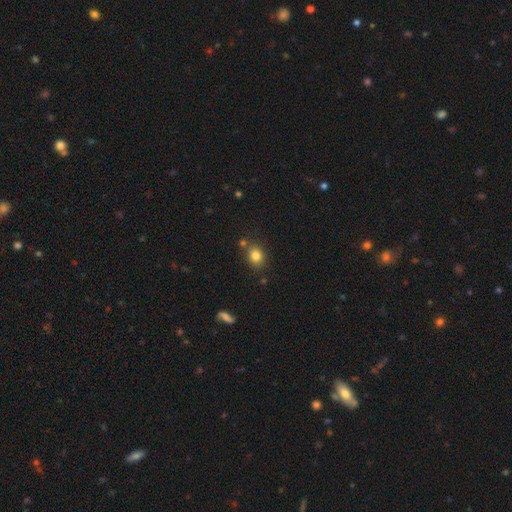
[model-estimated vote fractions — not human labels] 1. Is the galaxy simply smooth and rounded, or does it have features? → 81% smooth, 11% star or artifact, 7% featured or disk.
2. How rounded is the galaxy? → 52% round, 47% in between, 1% cigar-shaped.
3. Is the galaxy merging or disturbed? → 76% none, 12% minor disturbance, 9% merger, 3% major disturbance.